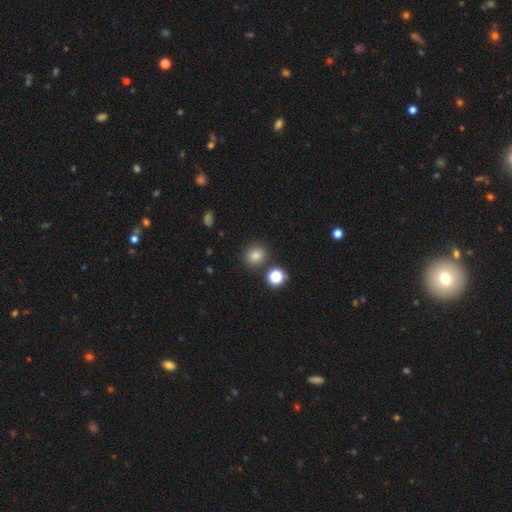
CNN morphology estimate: This appears to be a smooth galaxy with no disk features (80%) that is round (80%). Merging: none (83%).